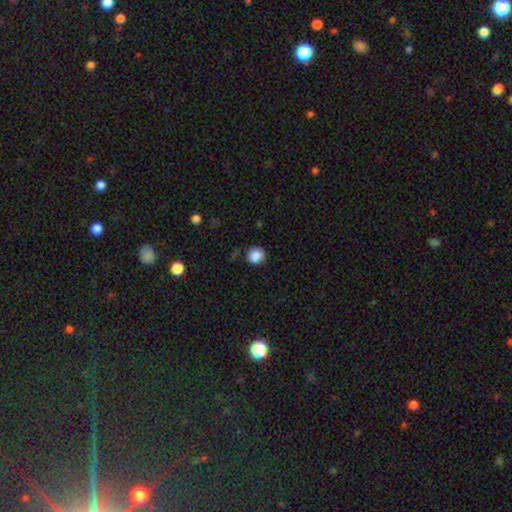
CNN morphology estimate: type=smooth (87%); roundness=round (91%); merging=none (87%).